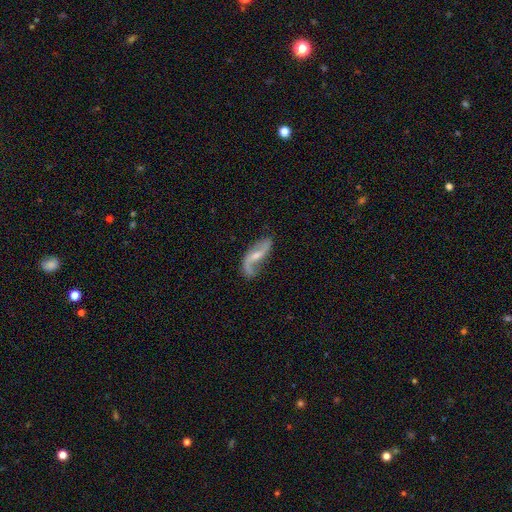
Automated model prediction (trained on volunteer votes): smooth-or-featured: featured or disk: 85% | smooth: 10% | star or artifact: 5%
  disk-edge-on: no: 94% | yes: 6%
    bar: weak: 43% | no: 33% | strong: 25%
    has-spiral-arms: yes: 95% | no: 5%
      spiral-winding: loose: 82% | medium: 14% | tight: 4%
      spiral-arm-count: 2: 89% | 1: 6% | can't tell: 2% | 3: 1% | 4: 1% | more than 4: 1%
    bulge-size: small: 51% | moderate: 36% | none: 10% | large: 2% | dominant: 1%
  merging: none: 69% | minor disturbance: 19% | major disturbance: 9% | merger: 3%